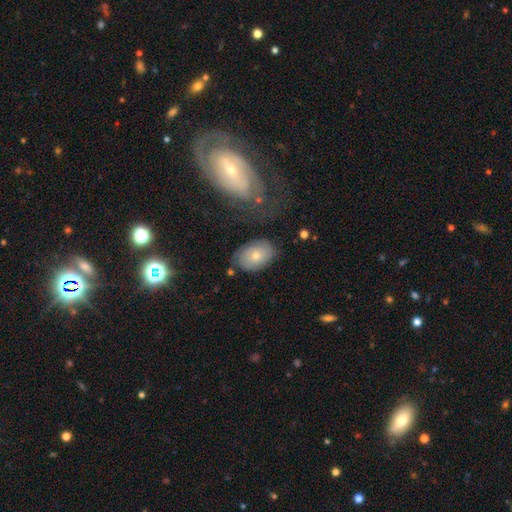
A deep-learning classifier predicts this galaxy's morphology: smooth 57%, featured or disk 32%, star or artifact 11%. Down the decision tree: how rounded — in between (83%); merging — none (71%).